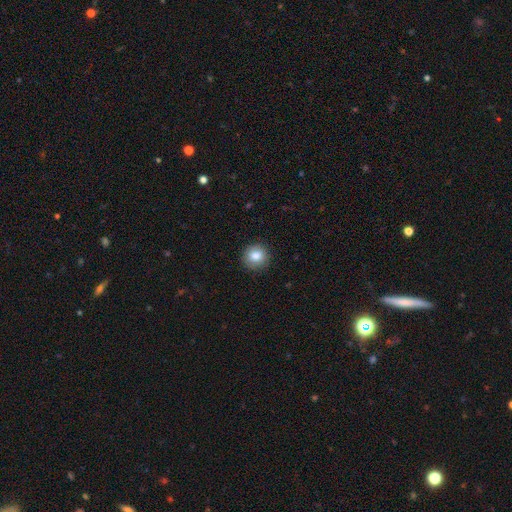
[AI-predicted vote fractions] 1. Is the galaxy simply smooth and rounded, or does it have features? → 84% smooth, 9% star or artifact, 7% featured or disk.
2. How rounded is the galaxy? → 93% round, 6% in between, 1% cigar-shaped.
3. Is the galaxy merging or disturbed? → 91% none, 7% minor disturbance, 2% major disturbance, 1% merger.